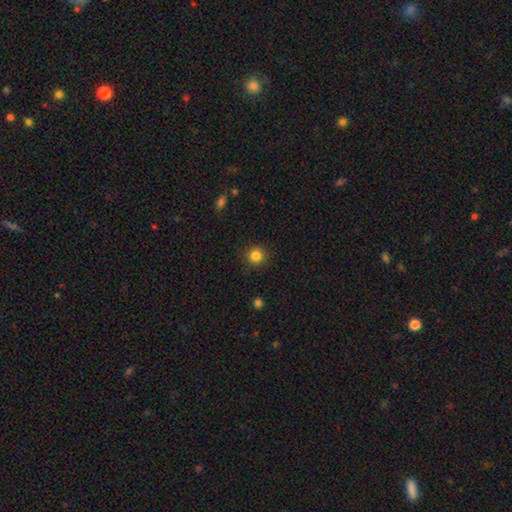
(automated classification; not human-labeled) Smooth or featured: smooth — 84% (star or artifact — 12%)
How rounded: round — 93% (in between — 6%)
Merging: none — 89% (minor disturbance — 7%)